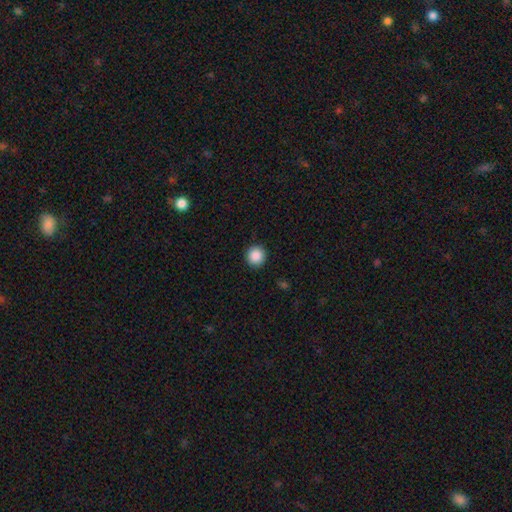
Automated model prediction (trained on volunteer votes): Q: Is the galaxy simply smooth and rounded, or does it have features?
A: smooth — 88%.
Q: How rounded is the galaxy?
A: round — 95%.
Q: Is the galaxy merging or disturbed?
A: none — 93%.